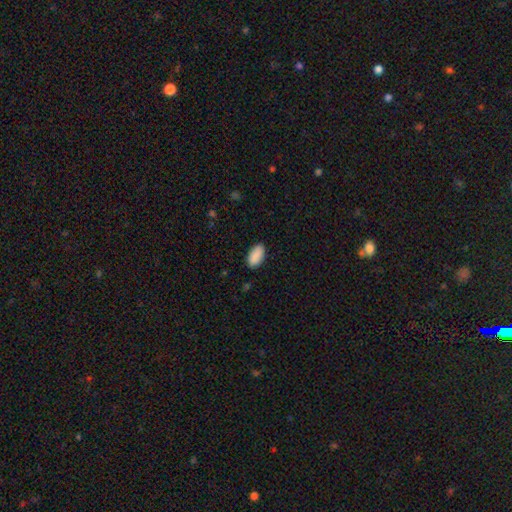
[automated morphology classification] smooth 91%, star or artifact 6%, featured or disk 3%. Down the decision tree: how rounded — in between (94%); merging — none (88%).